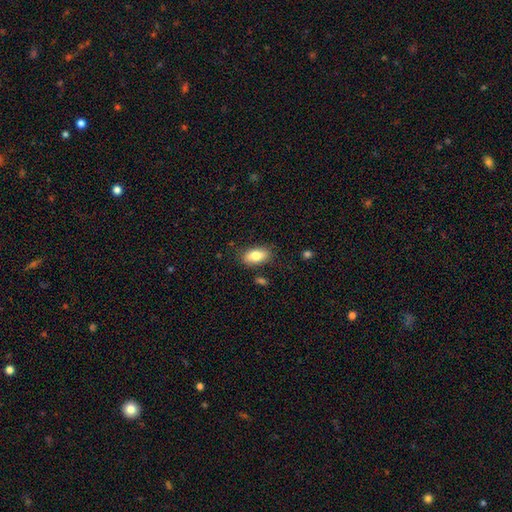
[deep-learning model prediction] Q: Smooth or featured?
A: smooth (78%); runner-up: featured or disk (14%)
Q: How rounded?
A: in between (89%); runner-up: cigar-shaped (6%)
Q: Merging?
A: none (82%); runner-up: minor disturbance (13%)